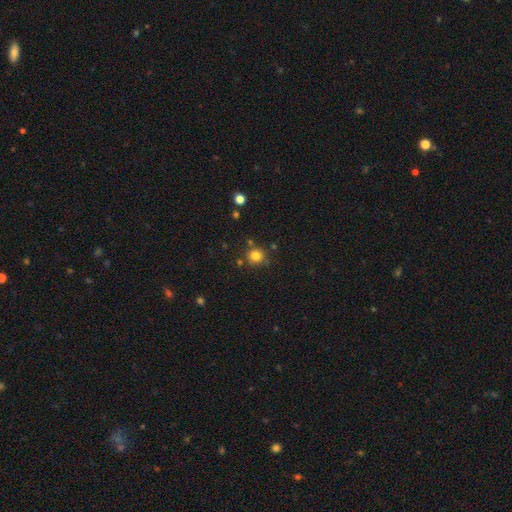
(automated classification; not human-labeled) This is clearly a smooth galaxy (81%). How rounded: clearly round (90%). Merging: likely none (77%).